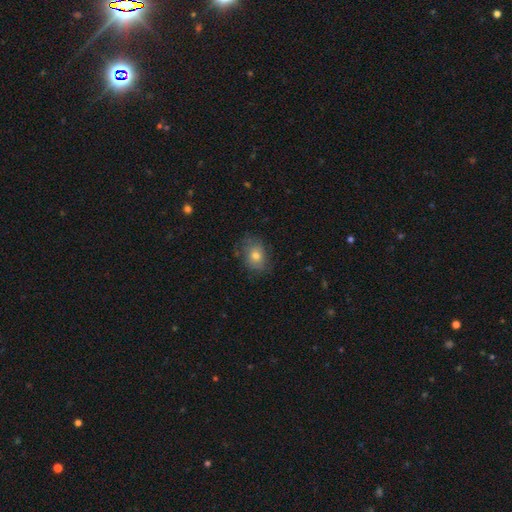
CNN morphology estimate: Smooth or featured?
  - smooth: 73% *
  - featured or disk: 17%
  - star or artifact: 10%
How rounded?
  - in between: 59% *
  - round: 40%
  - cigar-shaped: 1%
Merging?
  - none: 71% *
  - minor disturbance: 21%
  - major disturbance: 7%
  - merger: 1%